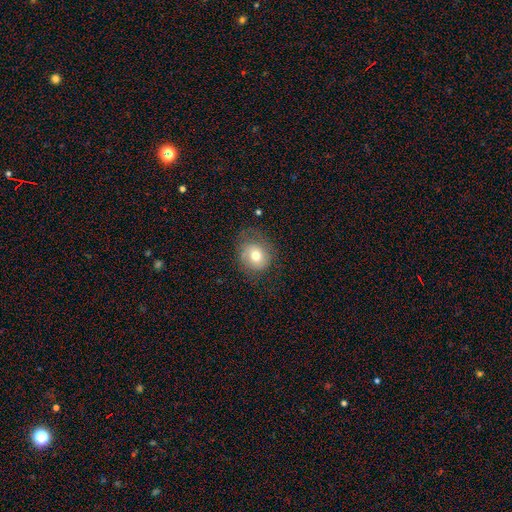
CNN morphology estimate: Smooth or featured: smooth — 70% (featured or disk — 19%)
How rounded: round — 73% (in between — 26%)
Merging: none — 58% (minor disturbance — 25%)